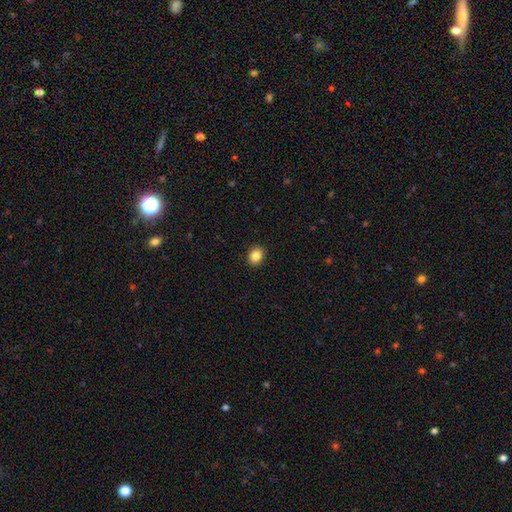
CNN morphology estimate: A smooth galaxy with no disk features (85%) that is round (53%).

Vote fractions:
- Smooth or featured? smooth: 85% / star or artifact: 9% / featured or disk: 6%
- How rounded? round: 53% / in between: 46% / cigar-shaped: 1%
- Merging? none: 91% / minor disturbance: 6% / major disturbance: 2% / merger: 1%